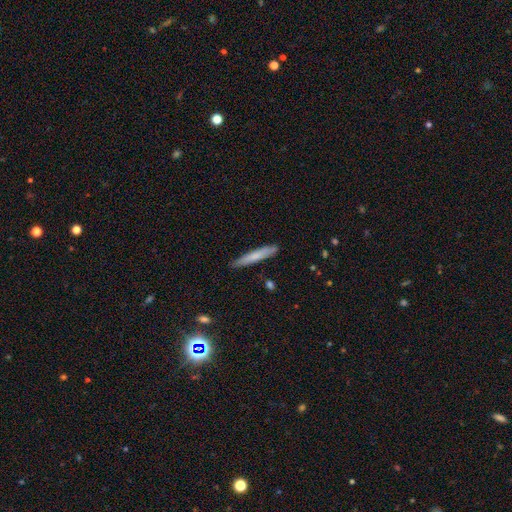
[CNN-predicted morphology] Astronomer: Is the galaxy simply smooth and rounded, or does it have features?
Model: smooth — 71%.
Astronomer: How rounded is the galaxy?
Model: cigar-shaped — 95%.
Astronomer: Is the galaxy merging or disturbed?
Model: none — 86%.